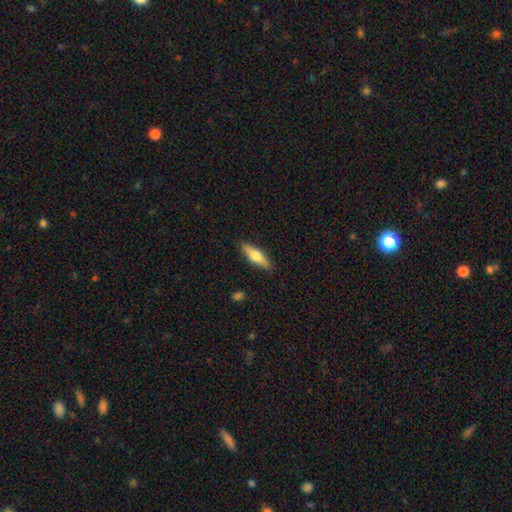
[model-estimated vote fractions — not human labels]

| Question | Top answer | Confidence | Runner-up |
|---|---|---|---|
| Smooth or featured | smooth | 56% | featured or disk (38%) |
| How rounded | cigar-shaped | 55% | in between (43%) |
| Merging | none | 88% | minor disturbance (9%) |